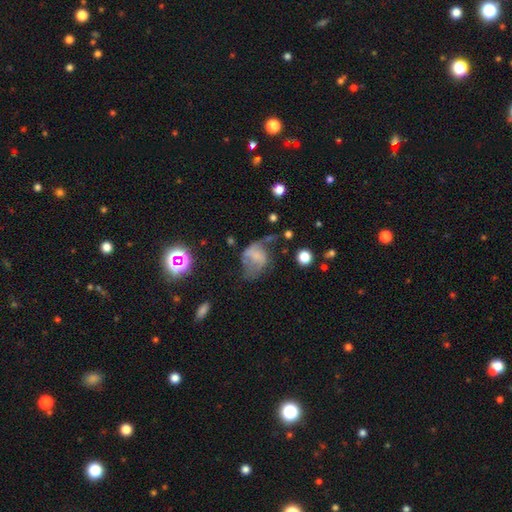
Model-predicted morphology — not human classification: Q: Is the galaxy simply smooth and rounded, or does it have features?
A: featured or disk — 49%.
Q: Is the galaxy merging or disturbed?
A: major disturbance — 40%.